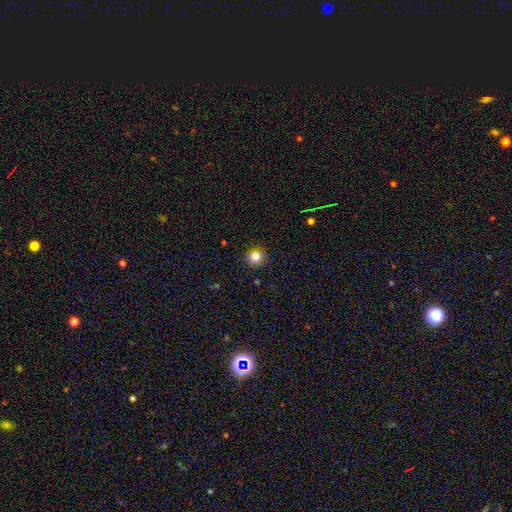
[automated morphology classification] This appears to be a smooth galaxy with no disk features (82%) that is round (88%). Merging: none (89%).